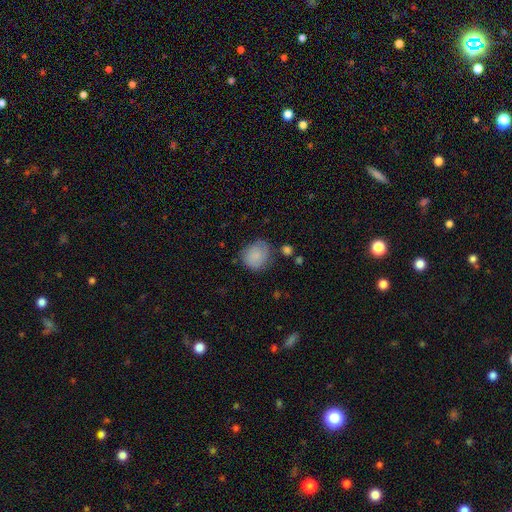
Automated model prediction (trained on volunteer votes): Overall: smooth (77%). How rounded: round (74%). Merging: none (63%; minor disturbance 25%).